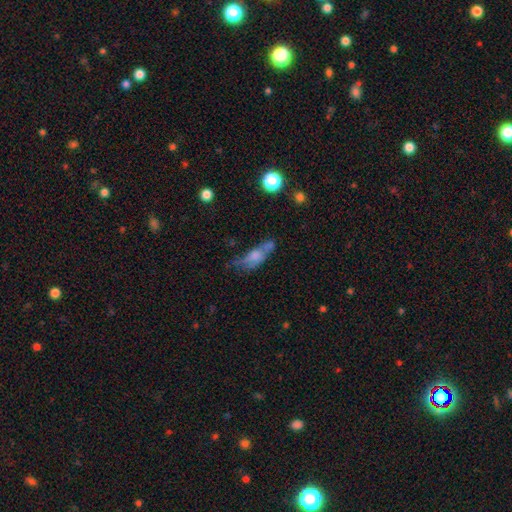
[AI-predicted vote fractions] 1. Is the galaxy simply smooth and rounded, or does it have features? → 57% smooth, 32% featured or disk, 11% star or artifact.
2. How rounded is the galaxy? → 60% in between, 35% cigar-shaped, 6% round.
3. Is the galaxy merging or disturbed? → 37% none, 25% minor disturbance, 21% merger, 17% major disturbance.